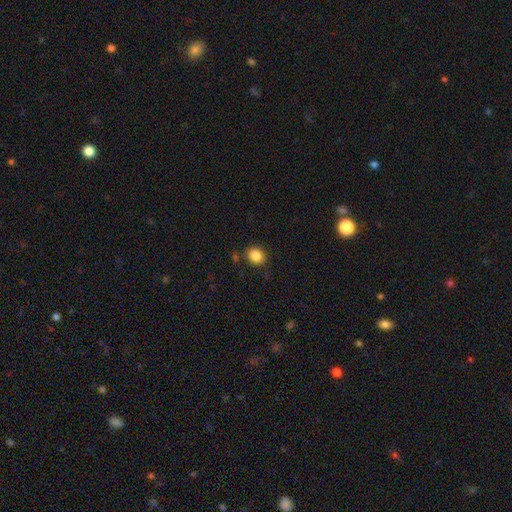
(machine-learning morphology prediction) This is clearly a smooth galaxy (86%). How rounded: likely round (64%). Merging: clearly none (83%).